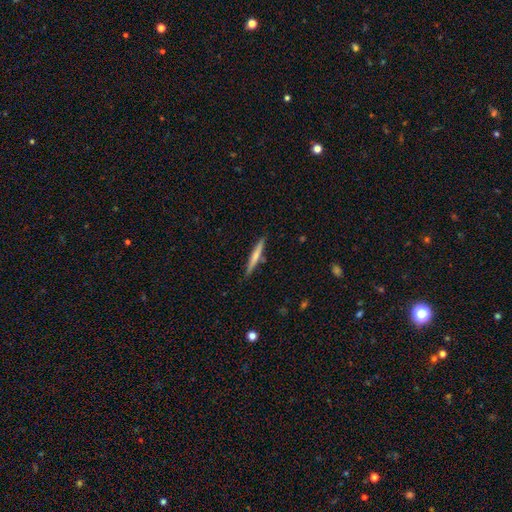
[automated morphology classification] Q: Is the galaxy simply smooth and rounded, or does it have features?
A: smooth — 51%.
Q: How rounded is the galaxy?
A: cigar-shaped — 95%.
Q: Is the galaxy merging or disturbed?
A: none — 86%.